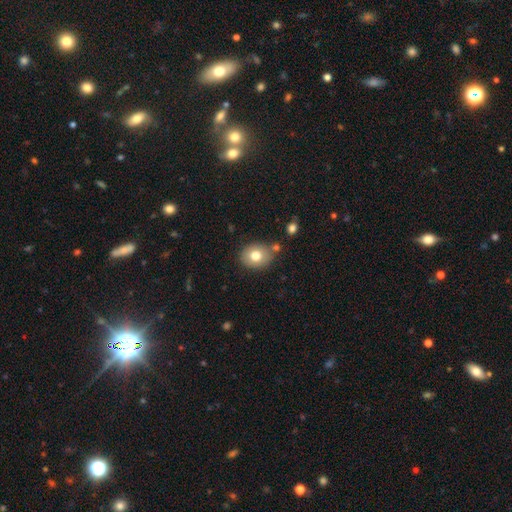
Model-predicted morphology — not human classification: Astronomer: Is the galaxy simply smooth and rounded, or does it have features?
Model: smooth — 77%.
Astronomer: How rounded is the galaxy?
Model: round — 54% (runner-up: in between, 45%).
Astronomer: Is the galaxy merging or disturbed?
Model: none — 74%.